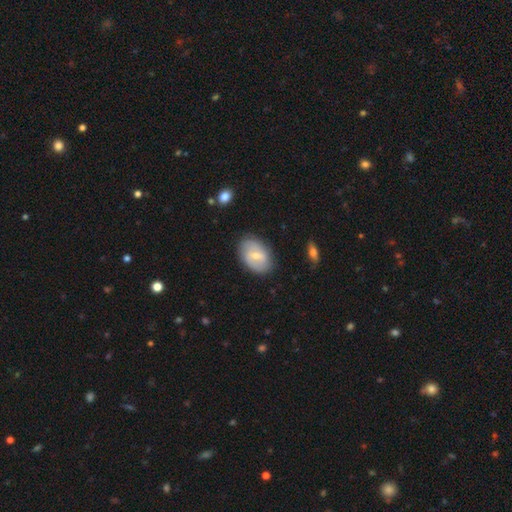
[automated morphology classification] This is possibly a featured or disk galaxy (48%). Merging: likely none (79%).